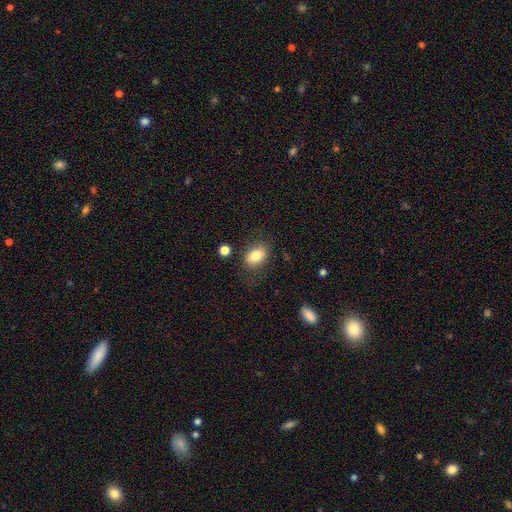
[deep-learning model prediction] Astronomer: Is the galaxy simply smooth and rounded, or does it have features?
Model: smooth — 79%.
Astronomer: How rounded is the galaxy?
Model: in between — 83%.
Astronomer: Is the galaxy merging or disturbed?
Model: none — 76%.